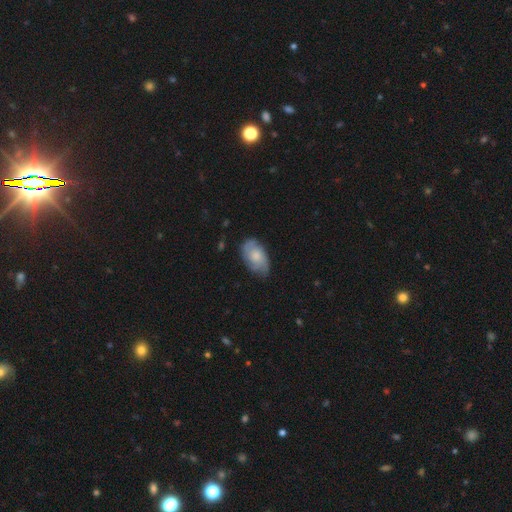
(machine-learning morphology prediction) The model was most divided on "smooth or featured": smooth: 58%, featured or disk: 36%, star or artifact: 6%. More confident: how rounded — in between (93%); merging — none (66%).